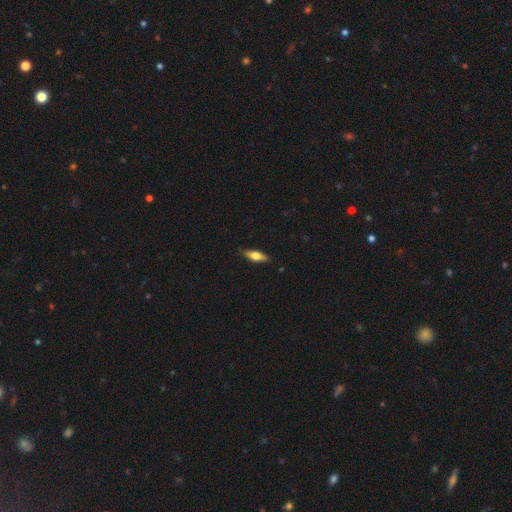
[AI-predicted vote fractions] smooth-or-featured: smooth: 62% | featured or disk: 32% | star or artifact: 6%
  how-rounded: in between: 54% | cigar-shaped: 43% | round: 2%
  merging: none: 86% | minor disturbance: 11% | major disturbance: 2% | merger: 1%